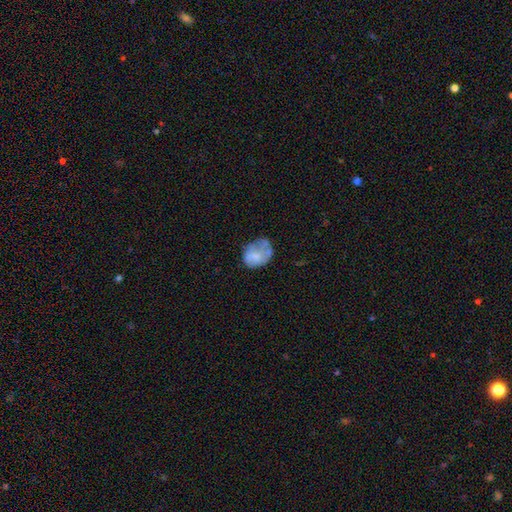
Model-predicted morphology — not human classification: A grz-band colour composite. It shows a smooth galaxy with no disk features (59%) that is in between round and cigar-shaped (58%). Merging: none (37%).